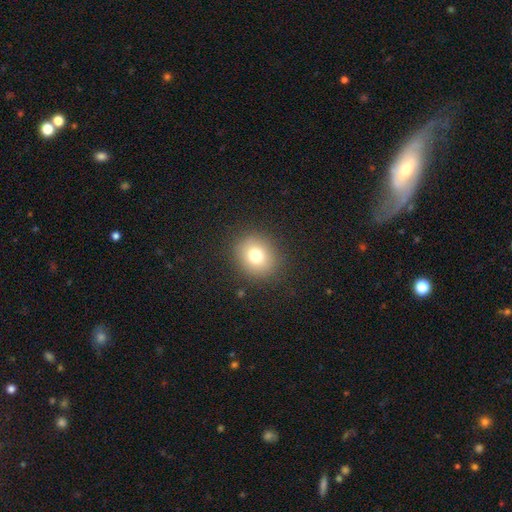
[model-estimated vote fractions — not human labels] Overall: smooth (76%). How rounded: round (78%). Merging: none (88%).